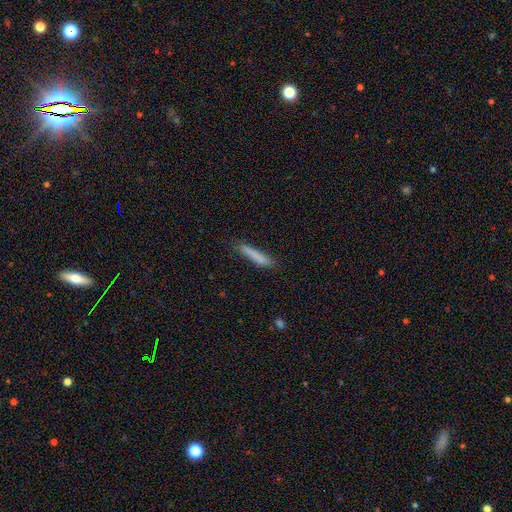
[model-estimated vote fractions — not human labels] This appears to be a smooth galaxy with no disk features (82%) that is cigar-shaped (92%). Merging: none (80%).